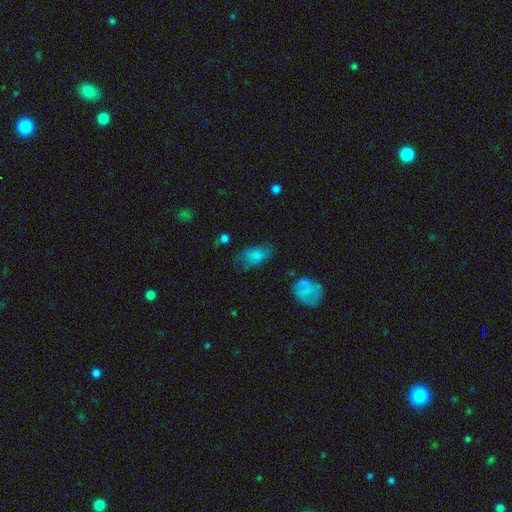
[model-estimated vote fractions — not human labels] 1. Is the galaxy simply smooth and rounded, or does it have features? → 79% smooth, 12% featured or disk, 8% star or artifact.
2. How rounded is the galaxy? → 90% in between, 7% round, 3% cigar-shaped.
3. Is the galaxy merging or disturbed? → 63% none, 25% minor disturbance, 9% major disturbance, 3% merger.